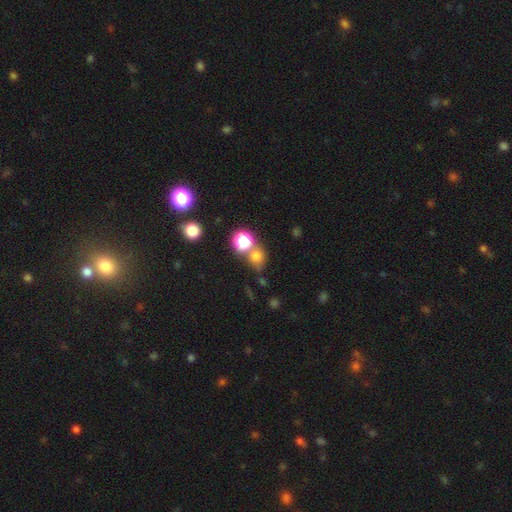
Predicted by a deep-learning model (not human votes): The model was most divided on "merging": none: 56%, merger: 29%, minor disturbance: 10%, major disturbance: 5%. More confident: how rounded — round (76%); smooth or featured — smooth (68%).